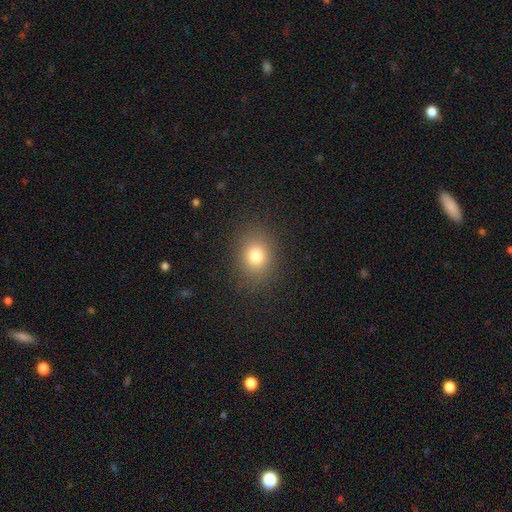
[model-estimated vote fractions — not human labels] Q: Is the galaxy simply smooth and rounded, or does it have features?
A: smooth — 78%.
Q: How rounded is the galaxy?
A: round — 55%.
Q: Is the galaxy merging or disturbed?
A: none — 87%.